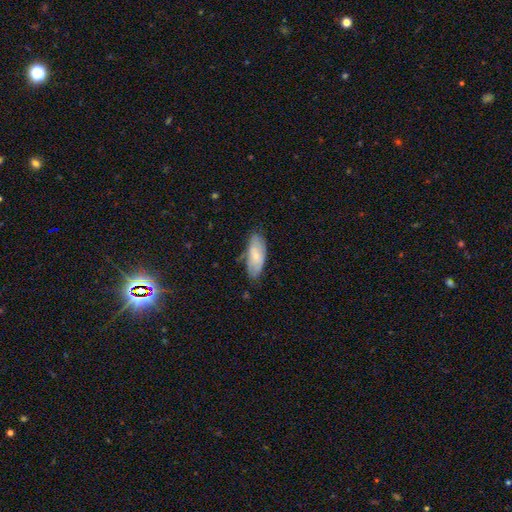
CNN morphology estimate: type=smooth (70%); roundness=in between (85%); merging=none (68%).